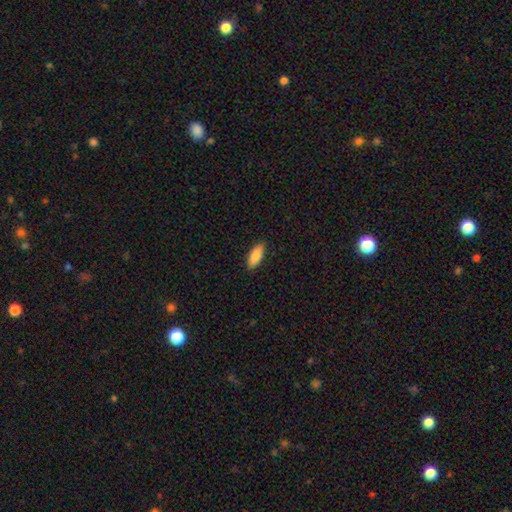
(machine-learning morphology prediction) Q: Smooth or featured?
A: smooth (86%); runner-up: featured or disk (8%)
Q: How rounded?
A: in between (75%); runner-up: cigar-shaped (23%)
Q: Merging?
A: none (88%); runner-up: minor disturbance (9%)